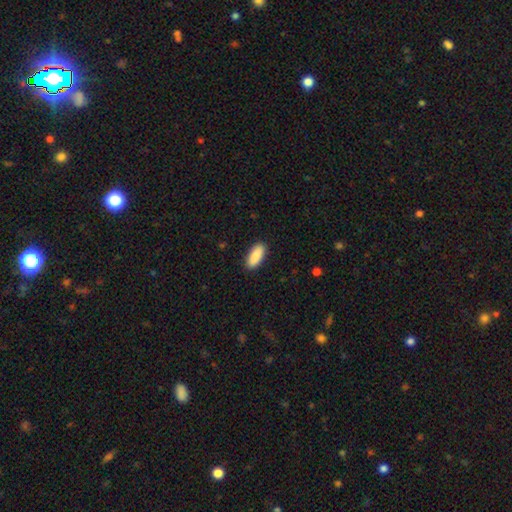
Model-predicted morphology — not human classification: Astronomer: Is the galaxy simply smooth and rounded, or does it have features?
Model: smooth — 89%.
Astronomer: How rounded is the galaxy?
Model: in between — 80%.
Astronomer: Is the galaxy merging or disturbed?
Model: none — 90%.